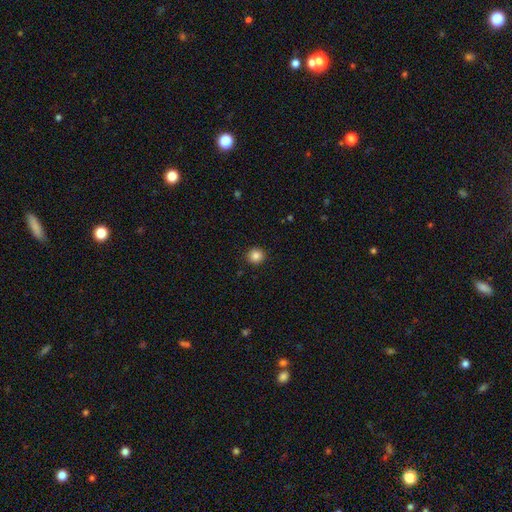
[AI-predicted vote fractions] Smooth or featured: smooth — 85% (star or artifact — 11%)
How rounded: round — 92% (in between — 7%)
Merging: none — 92% (minor disturbance — 5%)